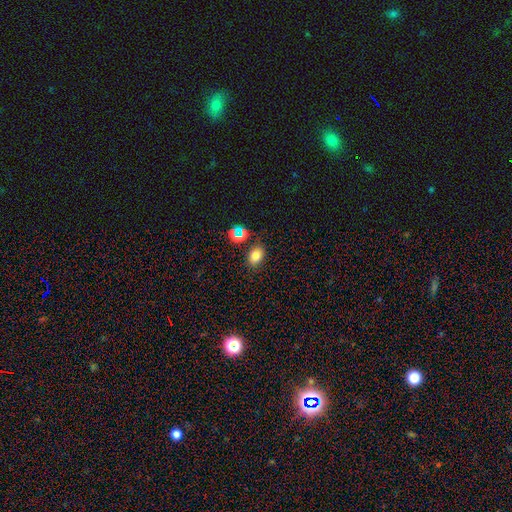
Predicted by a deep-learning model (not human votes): Overall: smooth (76%). How rounded: in between (70%). Merging: none (80%).